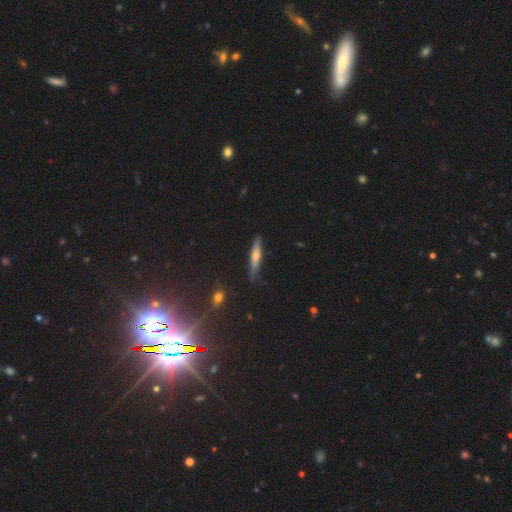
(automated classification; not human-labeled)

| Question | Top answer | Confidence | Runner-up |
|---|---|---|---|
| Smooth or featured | featured or disk | 52% | smooth (38%) |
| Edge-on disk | yes | 94% | no (6%) |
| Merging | none | 84% | minor disturbance (13%) |